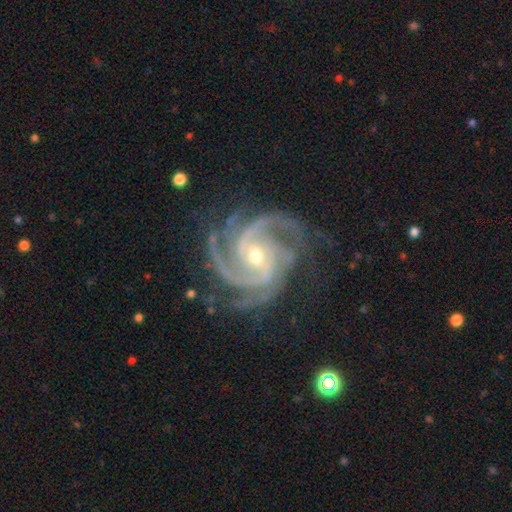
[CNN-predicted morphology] Q: Smooth or featured?
A: featured or disk (94%); runner-up: star or artifact (4%)
Q: Edge-on disk?
A: no (98%); runner-up: yes (2%)
Q: Bar?
A: no (48%); runner-up: weak (33%)
Q: Spiral arms?
A: yes (99%); runner-up: no (1%)
Q: Spiral winding?
A: tight (55%); runner-up: medium (41%)
Q: Spiral arm count?
A: 3 (49%); runner-up: 4 (24%)
Q: Bulge size?
A: small (56%); runner-up: moderate (41%)
Q: Merging?
A: none (74%); runner-up: minor disturbance (17%)